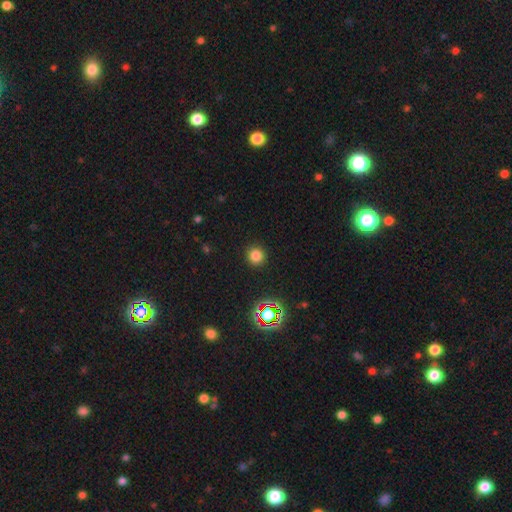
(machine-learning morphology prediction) Smooth or featured?
  - smooth: 78% *
  - star or artifact: 17%
  - featured or disk: 5%
How rounded?
  - round: 95% *
  - in between: 4%
  - cigar-shaped: 1%
Merging?
  - none: 92% *
  - minor disturbance: 5%
  - major disturbance: 2%
  - merger: 1%